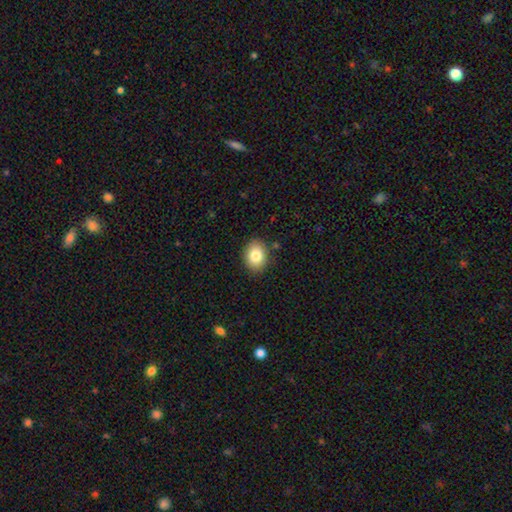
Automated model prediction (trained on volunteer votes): The model was most divided on "how rounded": in between: 58%, round: 41%, cigar-shaped: 1%. More confident: merging — none (86%); smooth or featured — smooth (83%).